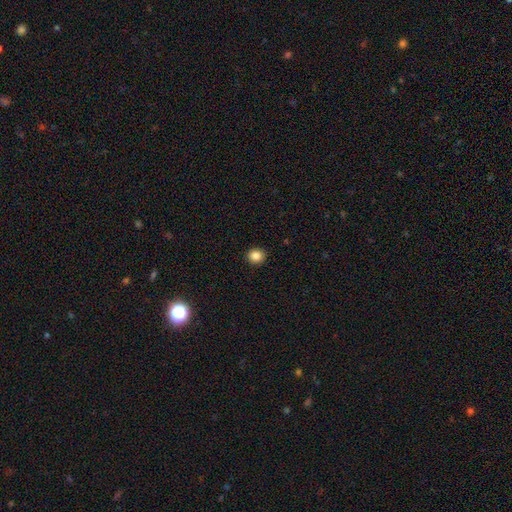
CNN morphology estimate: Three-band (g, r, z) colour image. It shows a smooth galaxy with no disk features (86%) that is round (83%). Merging: none (92%).